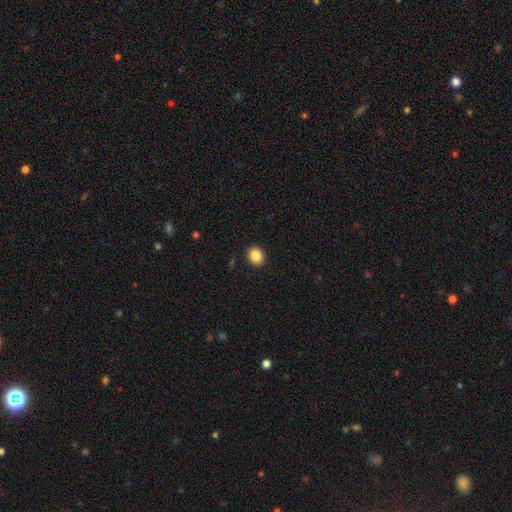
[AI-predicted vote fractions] smooth 86%, star or artifact 9%, featured or disk 5%. Down the decision tree: how rounded — round (61%); merging — none (91%).